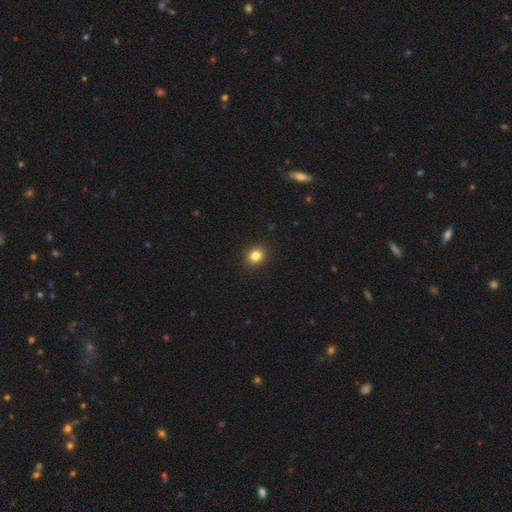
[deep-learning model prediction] Smooth or featured: smooth — 84% (star or artifact — 11%)
How rounded: round — 74% (in between — 25%)
Merging: none — 92% (minor disturbance — 5%)